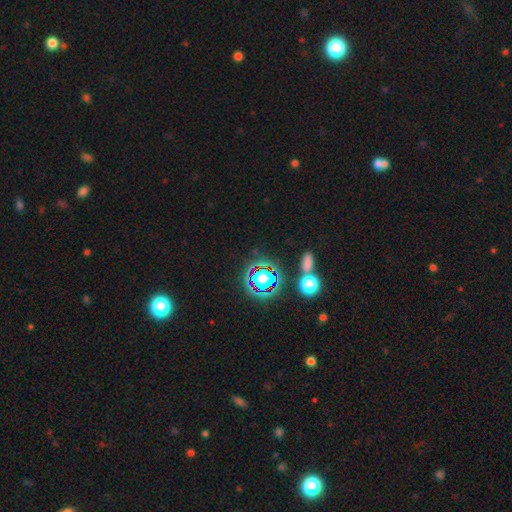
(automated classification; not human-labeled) Smooth or featured? star or artifact (79%)